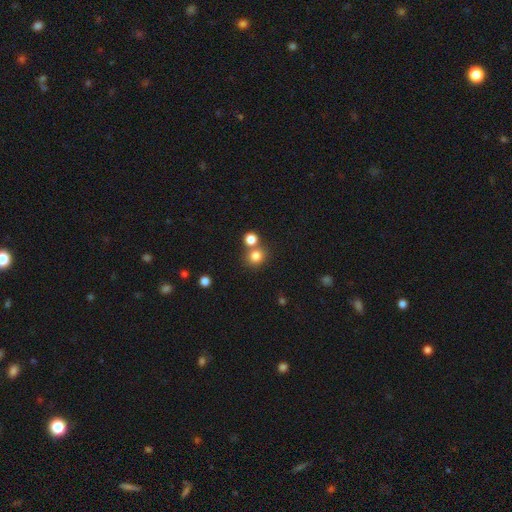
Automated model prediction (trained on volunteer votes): This is likely a smooth galaxy (80%). How rounded: clearly round (86%). Merging: likely none (63%).